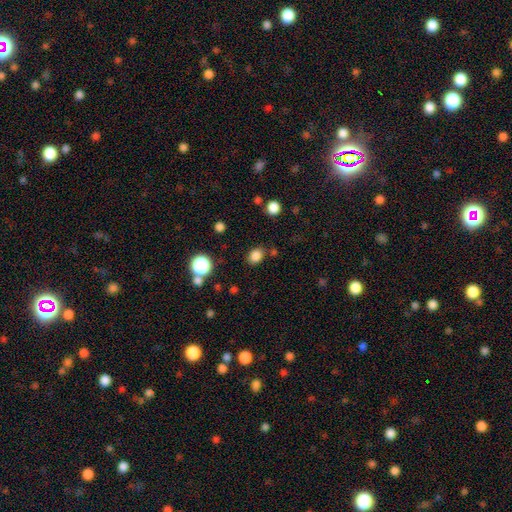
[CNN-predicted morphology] type=smooth (82%); roundness=in between (51%); merging=none (81%).